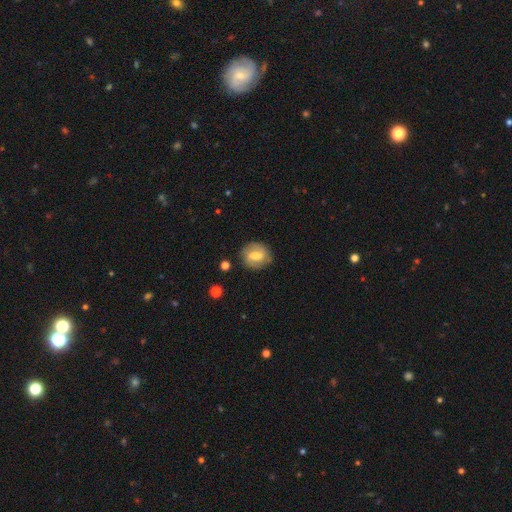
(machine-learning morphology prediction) This appears to be a featured or disk galaxy (54%) with a weak bar (52%), spiral arms (76%) and a moderate central bulge (59%). Merging: none (79%).